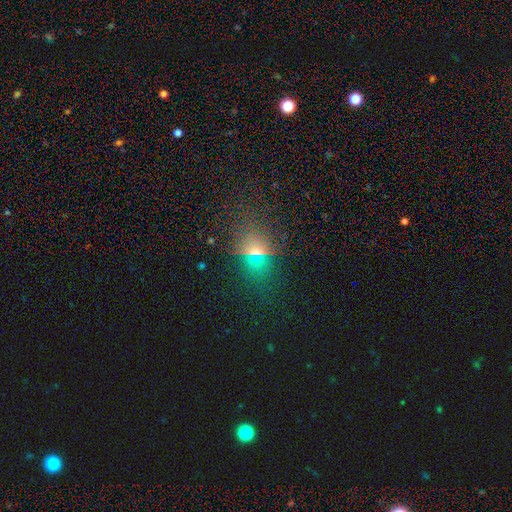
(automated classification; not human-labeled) Q: Smooth or featured?
A: smooth (50%); runner-up: star or artifact (37%)
Q: Merging?
A: none (78%); runner-up: minor disturbance (11%)